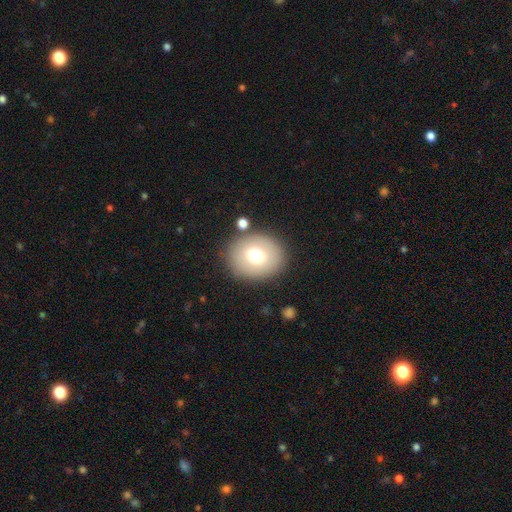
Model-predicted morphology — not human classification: smooth 71%, featured or disk 18%, star or artifact 10%. Down the decision tree: how rounded — round (64%); merging — none (83%).